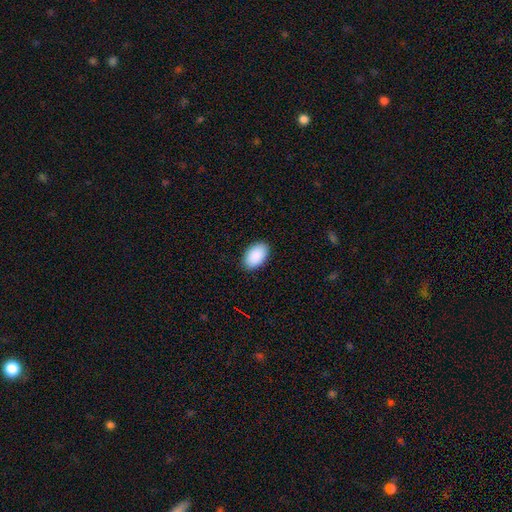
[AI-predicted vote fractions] smooth_or_featured: smooth (p=0.92) [alt: star or artifact p=0.06]
how_rounded: in between (p=0.94) [alt: round p=0.05]
merging: none (p=0.90) [alt: minor disturbance p=0.08]